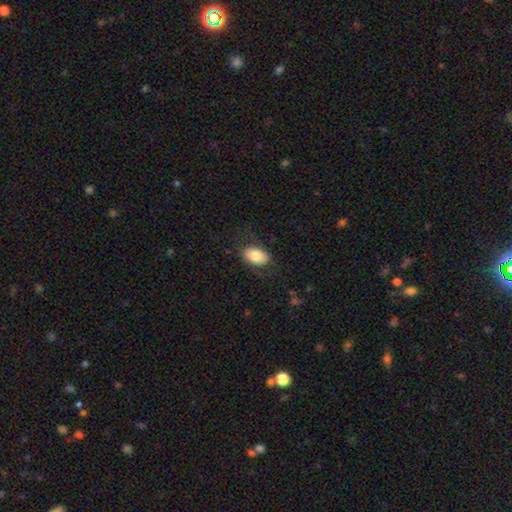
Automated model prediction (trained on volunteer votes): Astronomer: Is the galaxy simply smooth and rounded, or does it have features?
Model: smooth — 78%.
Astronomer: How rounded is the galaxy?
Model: in between — 89%.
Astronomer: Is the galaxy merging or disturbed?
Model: none — 76%.